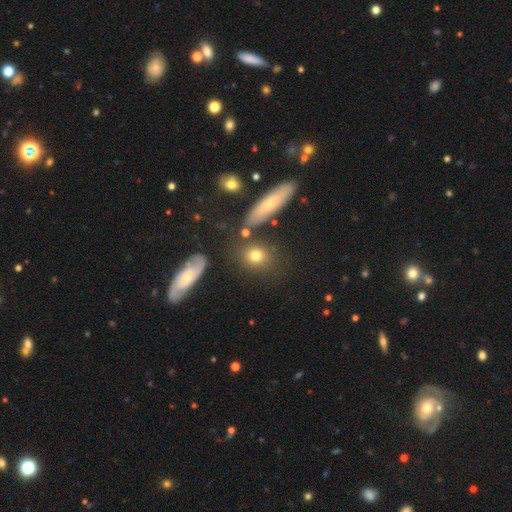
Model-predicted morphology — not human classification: This is likely a smooth galaxy (75%). How rounded: likely round (66%). Merging: likely none (74%).